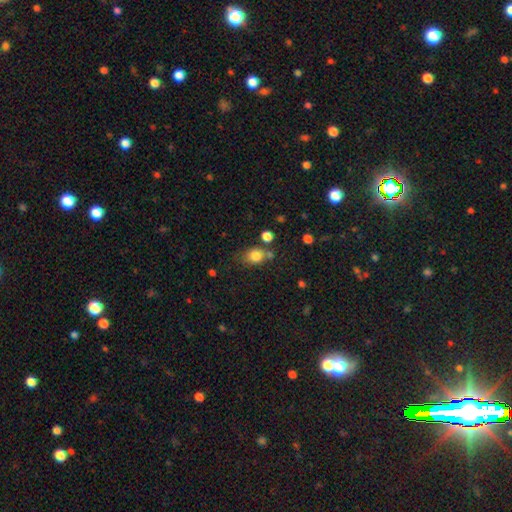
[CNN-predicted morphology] Smooth or featured? smooth (82%)
How rounded? in between (50%)
Merging? none (58%)